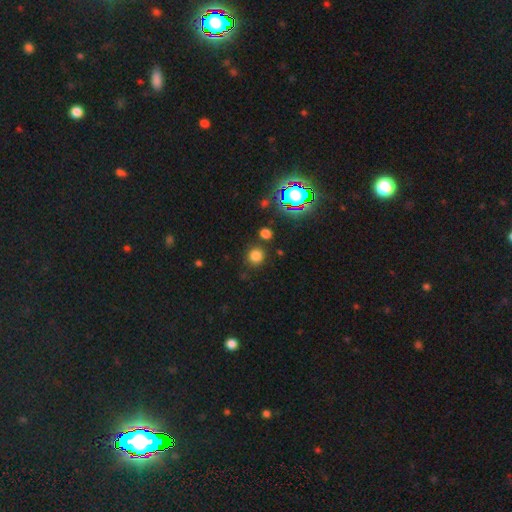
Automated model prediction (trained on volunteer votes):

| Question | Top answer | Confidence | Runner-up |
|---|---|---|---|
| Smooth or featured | smooth | 75% | star or artifact (19%) |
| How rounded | round | 91% | in between (8%) |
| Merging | none | 85% | minor disturbance (7%) |